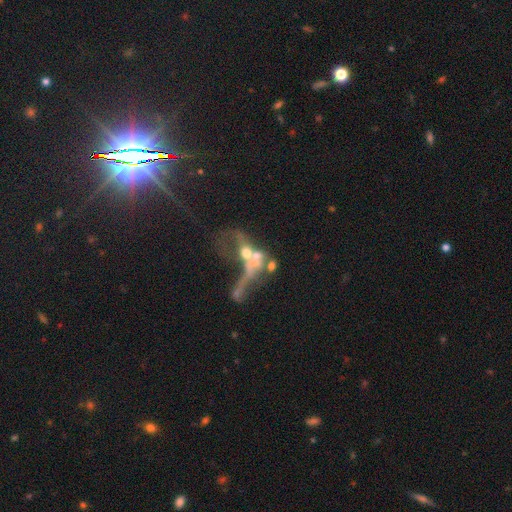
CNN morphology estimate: Smooth or featured: featured or disk — 54% (smooth — 29%)
Edge-on disk: no — 90% (yes — 10%)
Merging: merger — 54% (major disturbance — 29%)